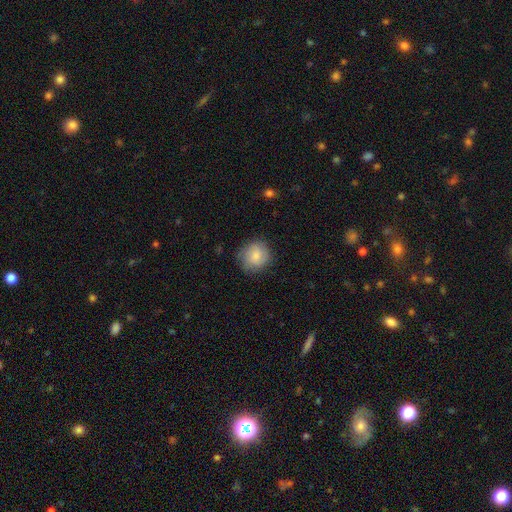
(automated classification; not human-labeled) This appears to be a smooth galaxy with no disk features (78%) that is round (87%). Merging: none (79%).